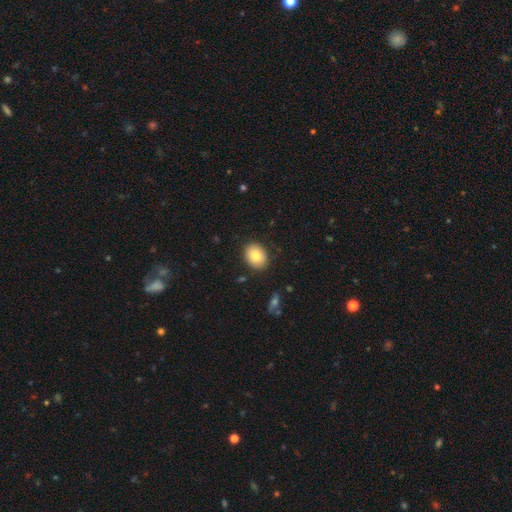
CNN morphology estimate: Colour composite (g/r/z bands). It shows a smooth galaxy with no disk features (82%) that is in between round and cigar-shaped (61%). Merging: none (87%).